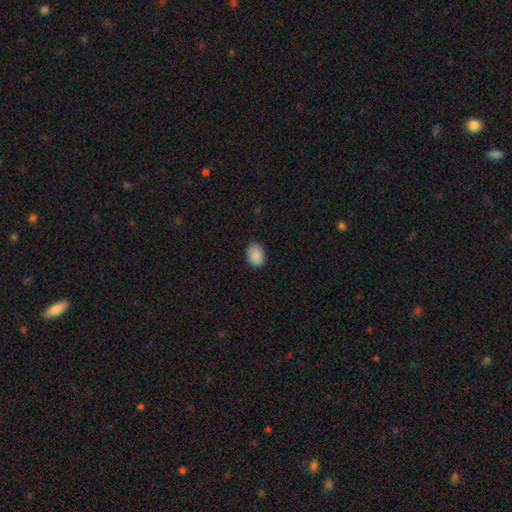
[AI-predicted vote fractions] Smooth or featured? Predicted: smooth (p=0.89). How rounded? Predicted: in between (p=0.81). Merging? Predicted: none (p=0.84).